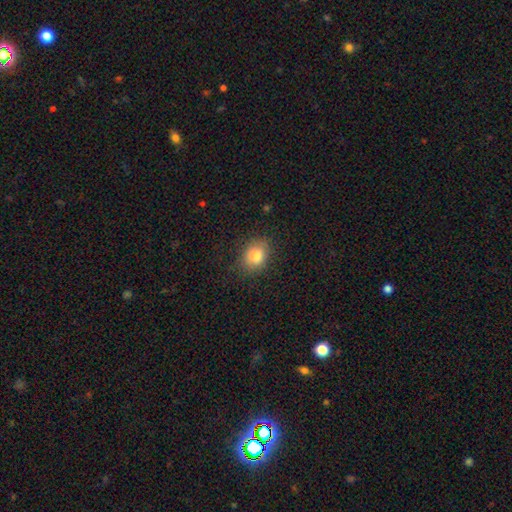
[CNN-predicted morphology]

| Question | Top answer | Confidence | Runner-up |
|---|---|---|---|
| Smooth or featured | smooth | 82% | star or artifact (10%) |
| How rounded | in between | 55% | round (44%) |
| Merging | none | 80% | minor disturbance (14%) |